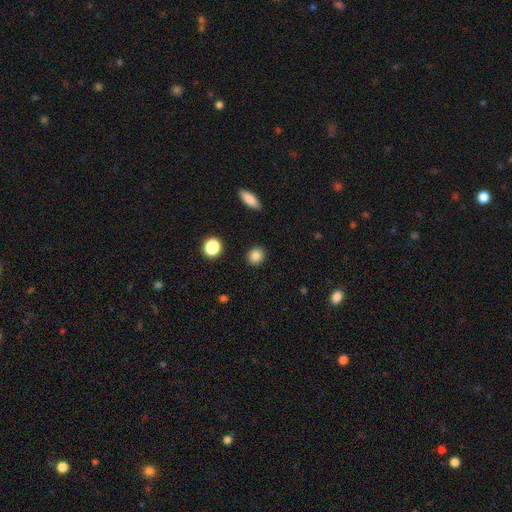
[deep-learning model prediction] Smooth or featured?
  - smooth: 85% *
  - star or artifact: 11%
  - featured or disk: 5%
How rounded?
  - round: 82% *
  - in between: 17%
  - cigar-shaped: 1%
Merging?
  - none: 90% *
  - minor disturbance: 6%
  - major disturbance: 2%
  - merger: 2%